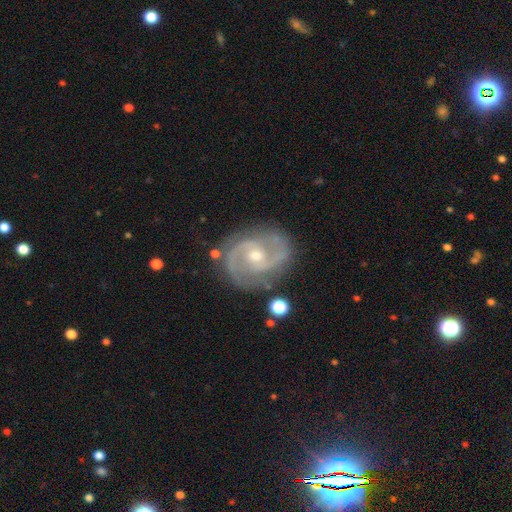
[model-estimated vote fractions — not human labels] A featured or disk galaxy (91%) with no bar (48%), 2 (87%) medium (55%) spiral arms (98%) and a moderate central bulge (53%).

Vote fractions:
- Smooth or featured? featured or disk: 91% / star or artifact: 5% / smooth: 4%
- Edge-on disk? no: 98% / yes: 2%
- Bar? no: 48% / weak: 41% / strong: 11%
- Spiral arms? yes: 98% / no: 2%
- Spiral winding? medium: 55% / tight: 35% / loose: 10%
- Spiral arm count? 2: 87% / 3: 5% / can't tell: 3% / 1: 2% / 4: 1% / more than 4: 1%
- Bulge size? moderate: 53% / small: 44% / large: 2% / none: 1% / dominant: 1%
- Merging? none: 79% / minor disturbance: 15% / major disturbance: 4% / merger: 2%